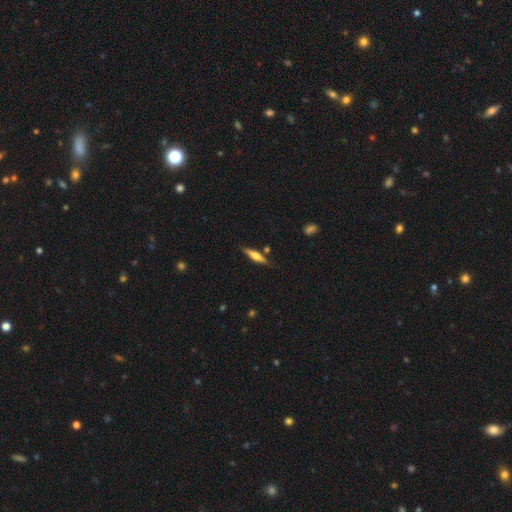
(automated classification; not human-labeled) This is possibly a featured or disk galaxy (48%). Merging: clearly none (80%).